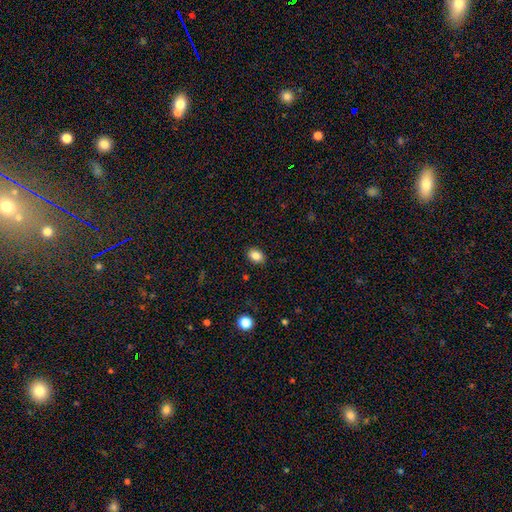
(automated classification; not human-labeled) smooth 85%, star or artifact 10%, featured or disk 5%. Down the decision tree: how rounded — in between (71%); merging — none (88%).